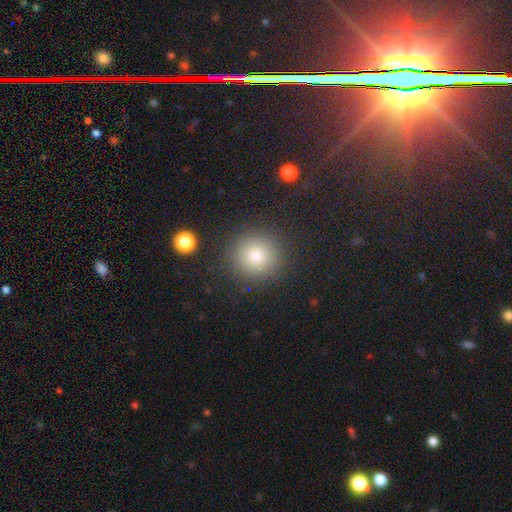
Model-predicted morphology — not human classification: Q: Smooth or featured?
A: smooth (80%); runner-up: star or artifact (12%)
Q: How rounded?
A: round (92%); runner-up: in between (7%)
Q: Merging?
A: none (89%); runner-up: minor disturbance (6%)